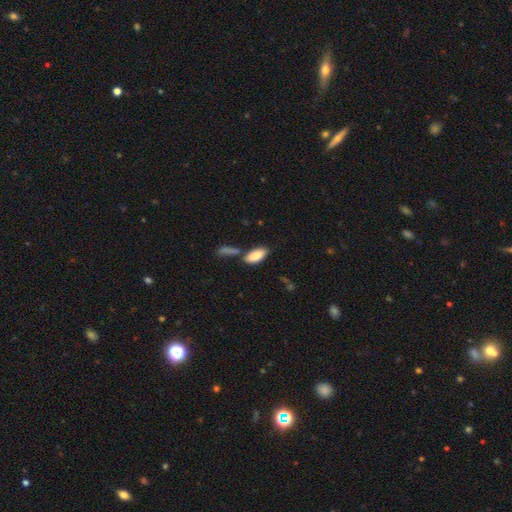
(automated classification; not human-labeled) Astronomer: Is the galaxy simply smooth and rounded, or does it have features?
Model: smooth — 85%.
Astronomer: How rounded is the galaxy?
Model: in between — 87%.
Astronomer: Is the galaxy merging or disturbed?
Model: none — 64%.